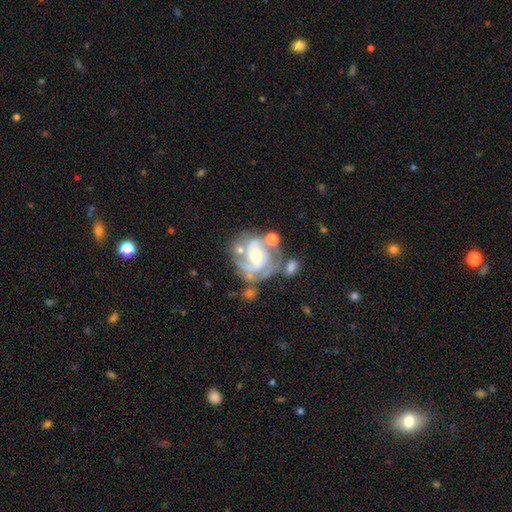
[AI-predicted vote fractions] smooth_or_featured: featured or disk (p=0.84) [alt: smooth p=0.10]
disk_edge_on: no (p=0.98) [alt: yes p=0.02]
bar: no (p=0.56) [alt: weak p=0.32]
has_spiral_arms: yes (p=0.93) [alt: no p=0.07]
spiral_winding: medium (p=0.44) [tied with: tight p=0.44]
spiral_arm_count: 2 (p=0.41) [alt: 3 p=0.29]
bulge_size: moderate (p=0.49) [alt: small p=0.45]
merging: none (p=0.48) [alt: minor disturbance p=0.20]